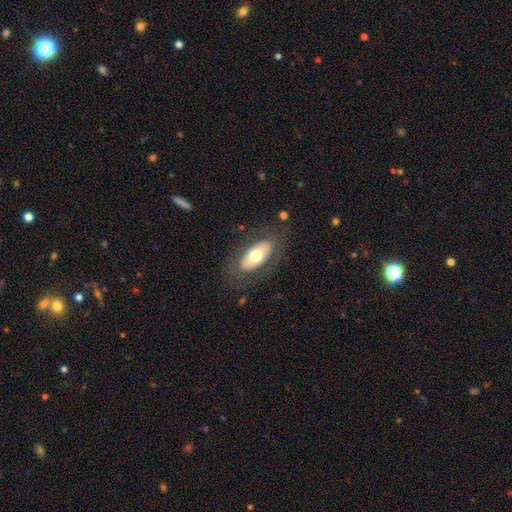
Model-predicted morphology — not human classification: Smooth or featured?
  - smooth: 62% *
  - featured or disk: 32%
  - star or artifact: 6%
How rounded?
  - in between: 90% *
  - cigar-shaped: 7%
  - round: 3%
Merging?
  - none: 79% *
  - minor disturbance: 13%
  - major disturbance: 7%
  - merger: 1%